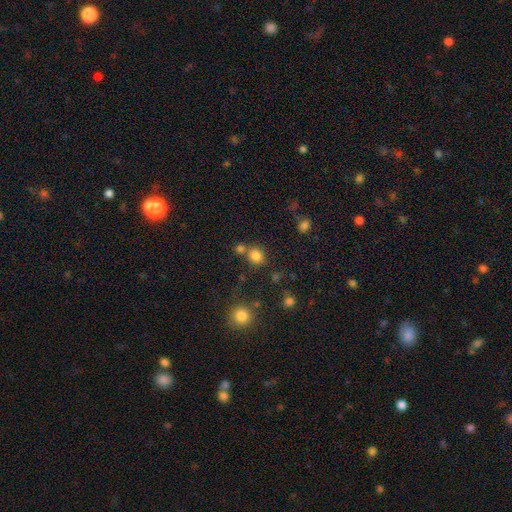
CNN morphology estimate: Smooth or featured?
  - smooth: 80% *
  - star or artifact: 14%
  - featured or disk: 6%
How rounded?
  - round: 83% *
  - in between: 16%
  - cigar-shaped: 1%
Merging?
  - none: 66% *
  - merger: 21%
  - minor disturbance: 9%
  - major disturbance: 3%